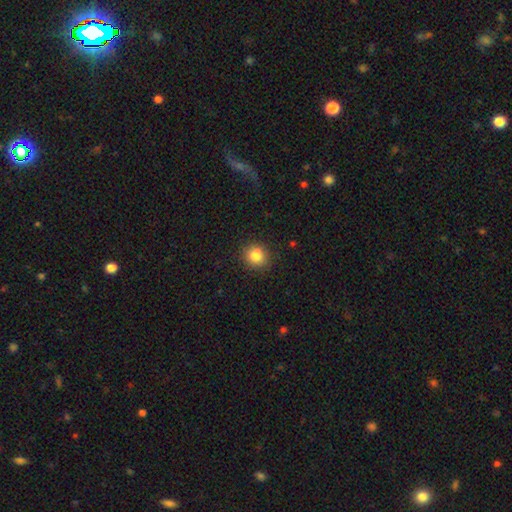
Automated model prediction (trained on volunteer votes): Smooth or featured: smooth — 84% (star or artifact — 11%)
How rounded: round — 85% (in between — 14%)
Merging: none — 88% (minor disturbance — 8%)